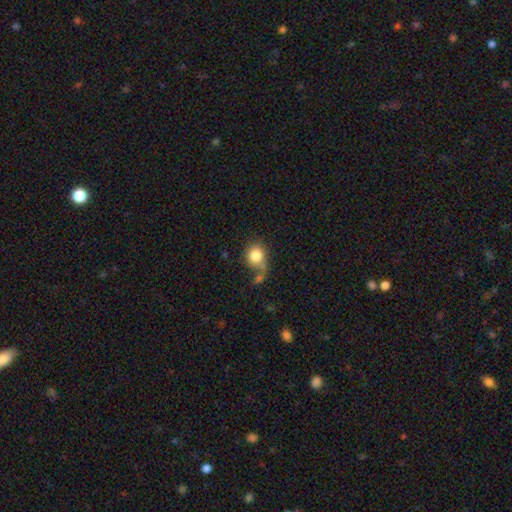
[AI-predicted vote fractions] Smooth or featured? Predicted: smooth (p=0.82). How rounded? Predicted: round (p=0.77). Merging? Predicted: none (p=0.46).